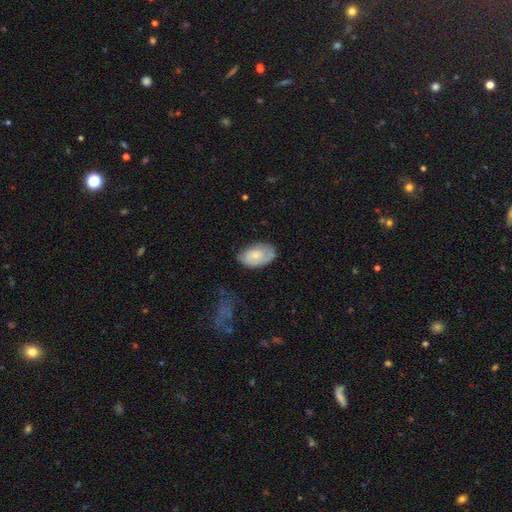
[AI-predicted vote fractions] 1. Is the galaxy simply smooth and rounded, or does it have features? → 59% smooth, 35% featured or disk, 6% star or artifact.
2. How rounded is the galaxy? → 93% in between, 5% round, 2% cigar-shaped.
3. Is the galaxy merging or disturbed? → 62% none, 29% minor disturbance, 8% major disturbance, 2% merger.